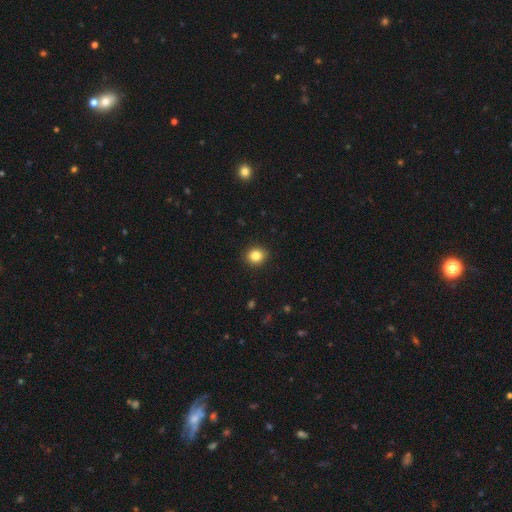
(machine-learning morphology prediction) smooth 85%, star or artifact 10%, featured or disk 5%. Down the decision tree: how rounded — round (76%); merging — none (91%).